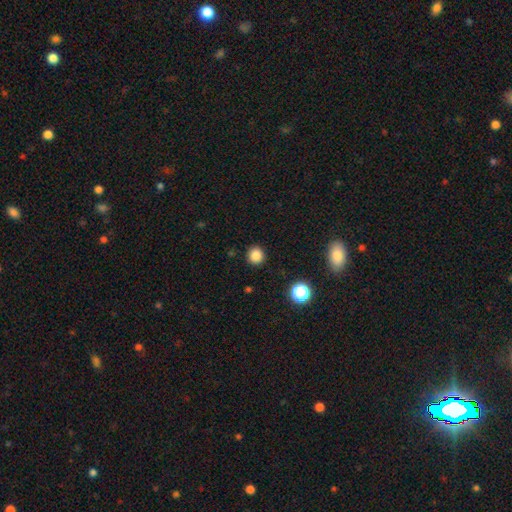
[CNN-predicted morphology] A smooth galaxy with no disk features (85%) that is round (90%).

Vote fractions:
- Smooth or featured? smooth: 85% / star or artifact: 12% / featured or disk: 3%
- How rounded? round: 90% / in between: 9% / cigar-shaped: 1%
- Merging? none: 91% / minor disturbance: 6% / major disturbance: 2% / merger: 1%